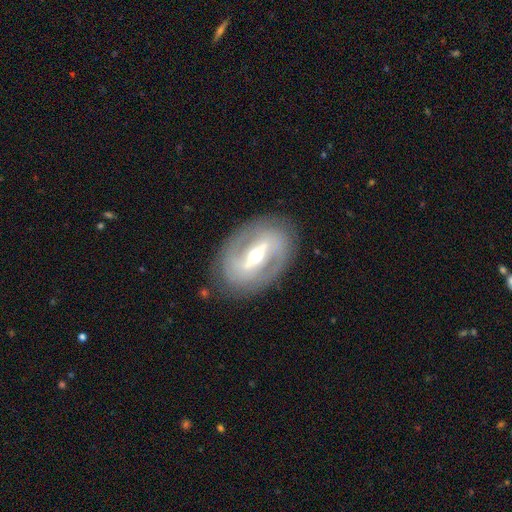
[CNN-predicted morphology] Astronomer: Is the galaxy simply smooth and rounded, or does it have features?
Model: featured or disk — 83%.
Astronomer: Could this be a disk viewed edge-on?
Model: no — 91%.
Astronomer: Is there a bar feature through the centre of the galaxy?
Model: strong — 66%.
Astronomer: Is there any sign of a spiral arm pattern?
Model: yes — 71%.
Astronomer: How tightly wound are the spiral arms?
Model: tight — 48% (runner-up: medium, 36%).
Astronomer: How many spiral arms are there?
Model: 2 — 77%.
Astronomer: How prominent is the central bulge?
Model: moderate — 68%.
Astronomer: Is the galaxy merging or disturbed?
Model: none — 82%.